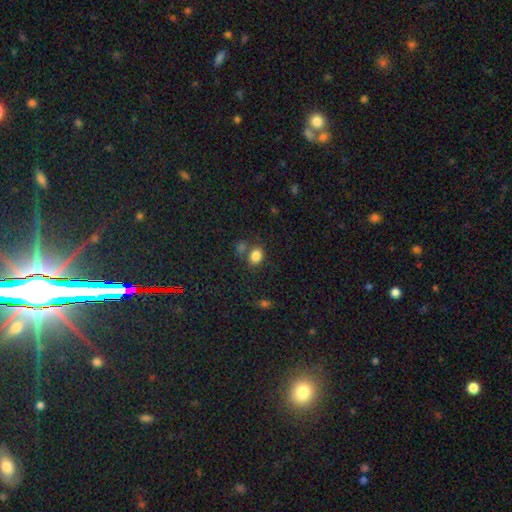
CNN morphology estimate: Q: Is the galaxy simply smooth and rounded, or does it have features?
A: smooth — 83%.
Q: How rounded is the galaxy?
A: in between — 62%.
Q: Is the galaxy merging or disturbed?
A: none — 60%.